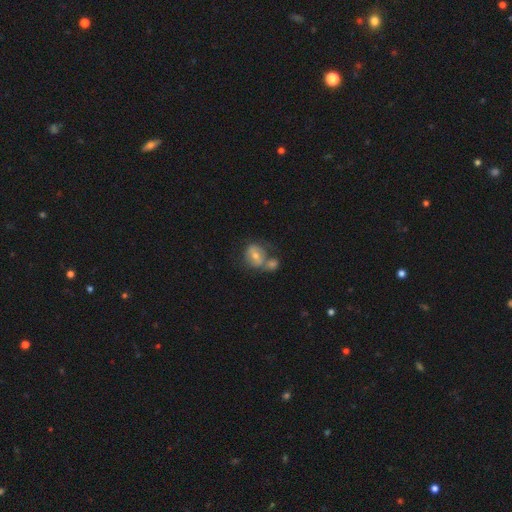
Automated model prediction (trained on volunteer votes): Smooth or featured? Predicted: smooth (p=0.56). How rounded? Predicted: round (p=0.53). Merging? Predicted: merger (p=0.50).